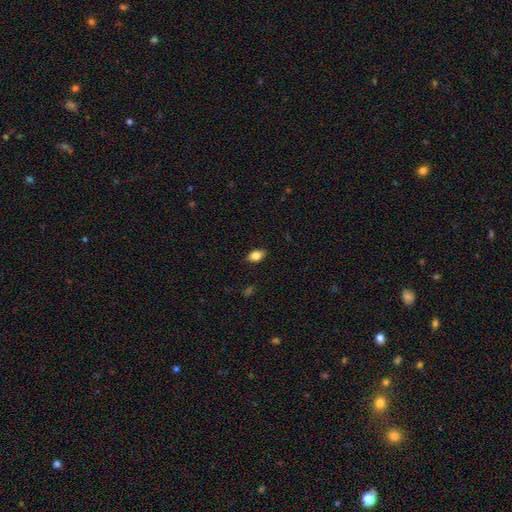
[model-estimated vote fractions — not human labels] smooth-or-featured: smooth: 85% | star or artifact: 9% | featured or disk: 7%
  how-rounded: in between: 85% | round: 13% | cigar-shaped: 2%
  merging: none: 87% | minor disturbance: 10% | major disturbance: 2% | merger: 1%